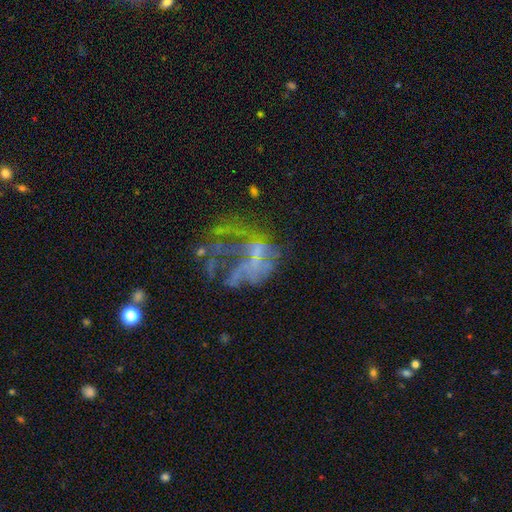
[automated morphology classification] smooth-or-featured: featured or disk: 64% | star or artifact: 21% | smooth: 15%
  disk-edge-on: no: 98% | yes: 2%
    bar: no: 86% | weak: 10% | strong: 3%
    has-spiral-arms: no: 74% | yes: 26%
    bulge-size: none: 71% | small: 18% | moderate: 7% | large: 2% | dominant: 1%
  merging: major disturbance: 53% | none: 25% | minor disturbance: 12% | merger: 10%